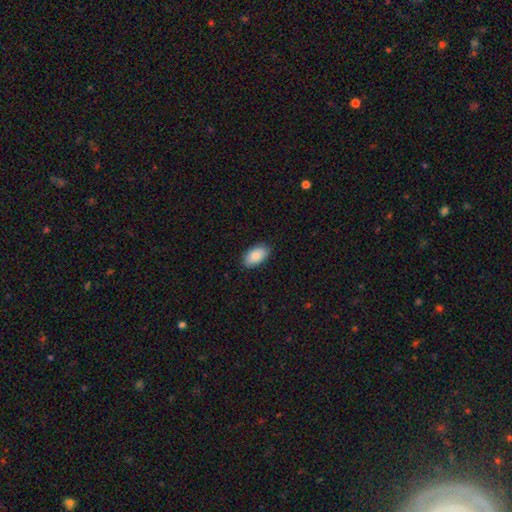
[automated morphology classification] smooth 88%, star or artifact 6%, featured or disk 5%. Down the decision tree: how rounded — in between (95%); merging — none (87%).